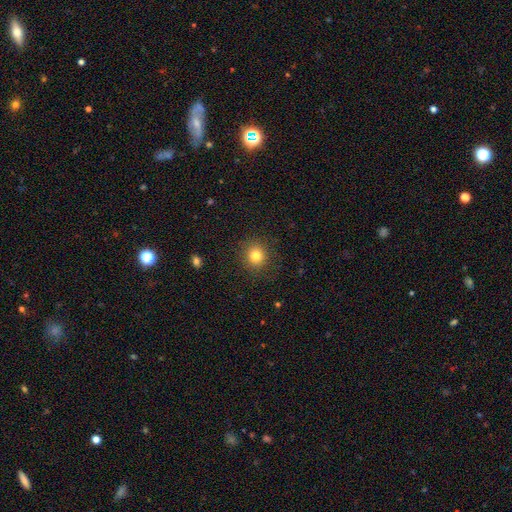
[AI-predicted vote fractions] Smooth or featured: smooth — 81% (star or artifact — 12%)
How rounded: round — 91% (in between — 8%)
Merging: none — 90% (minor disturbance — 7%)